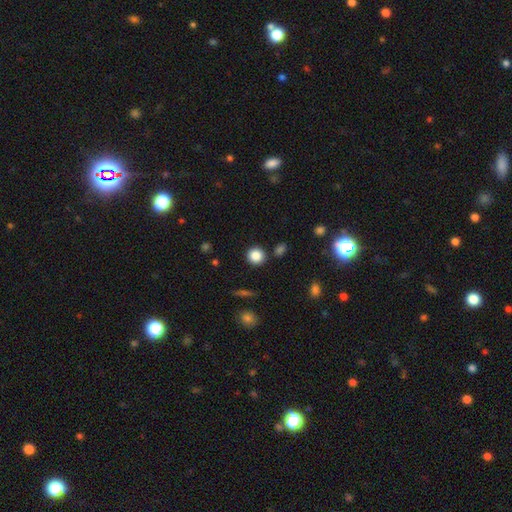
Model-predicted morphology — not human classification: Smooth or featured?
  - smooth: 85% *
  - star or artifact: 10%
  - featured or disk: 5%
How rounded?
  - round: 89% *
  - in between: 10%
  - cigar-shaped: 1%
Merging?
  - none: 86% *
  - minor disturbance: 7%
  - merger: 4%
  - major disturbance: 3%